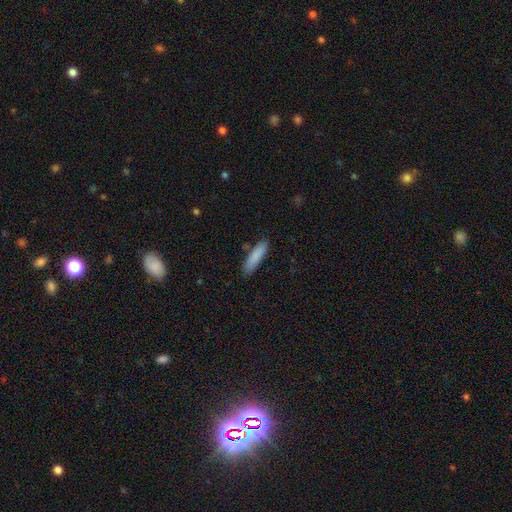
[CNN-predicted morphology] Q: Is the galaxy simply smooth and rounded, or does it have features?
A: smooth — 86%.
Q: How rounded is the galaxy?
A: cigar-shaped — 72%.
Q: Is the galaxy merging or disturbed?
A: none — 84%.